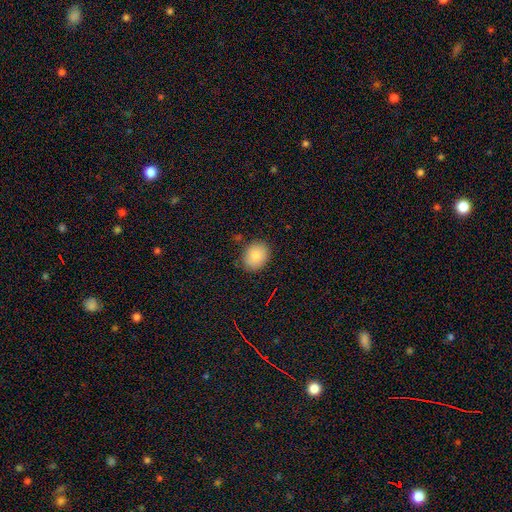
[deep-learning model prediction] Q: Smooth or featured?
A: smooth (87%); runner-up: star or artifact (8%)
Q: How rounded?
A: in between (50%); runner-up: round (49%)
Q: Merging?
A: none (83%); runner-up: minor disturbance (12%)